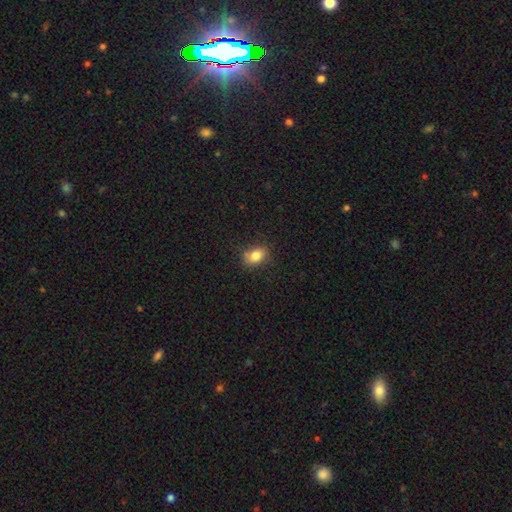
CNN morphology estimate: A smooth galaxy with no disk features (82%) that is in between round and cigar-shaped (73%).

Vote fractions:
- Smooth or featured? smooth: 82% / star or artifact: 10% / featured or disk: 8%
- How rounded? in between: 73% / round: 25% / cigar-shaped: 2%
- Merging? none: 77% / minor disturbance: 17% / major disturbance: 4% / merger: 2%